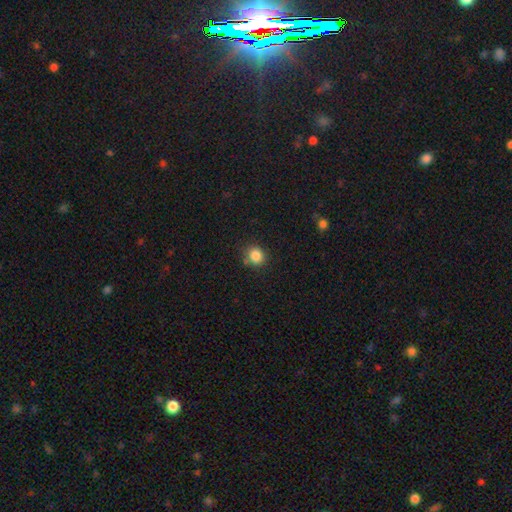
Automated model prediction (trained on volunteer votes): Smooth or featured? Predicted: smooth (p=0.85). How rounded? Predicted: round (p=0.83). Merging? Predicted: none (p=0.80).